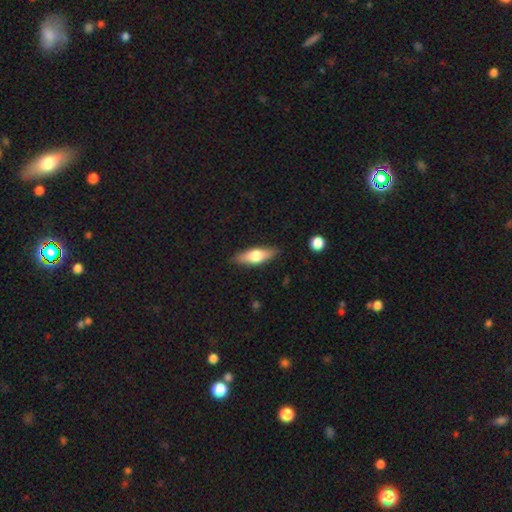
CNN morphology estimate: A smooth galaxy with no disk features (53%) that is in between round and cigar-shaped (54%).

Vote fractions:
- Smooth or featured? smooth: 53% / featured or disk: 41% / star or artifact: 6%
- How rounded? in between: 54% / cigar-shaped: 43% / round: 3%
- Merging? none: 86% / minor disturbance: 10% / major disturbance: 2% / merger: 1%